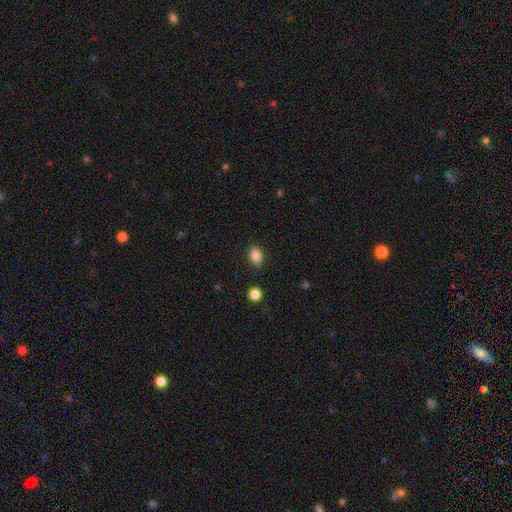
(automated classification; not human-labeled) Smooth or featured? Predicted: smooth (p=0.86). How rounded? Predicted: in between (p=0.82). Merging? Predicted: none (p=0.87).